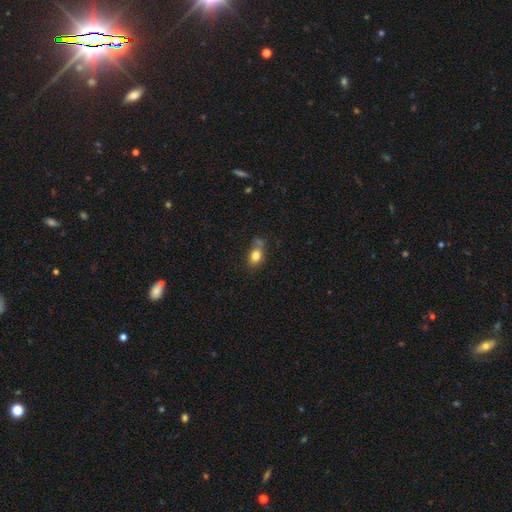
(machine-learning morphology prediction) Smooth or featured?
  - smooth: 81% *
  - featured or disk: 10%
  - star or artifact: 9%
How rounded?
  - in between: 69% *
  - round: 28%
  - cigar-shaped: 3%
Merging?
  - none: 55% *
  - minor disturbance: 25%
  - merger: 13%
  - major disturbance: 7%